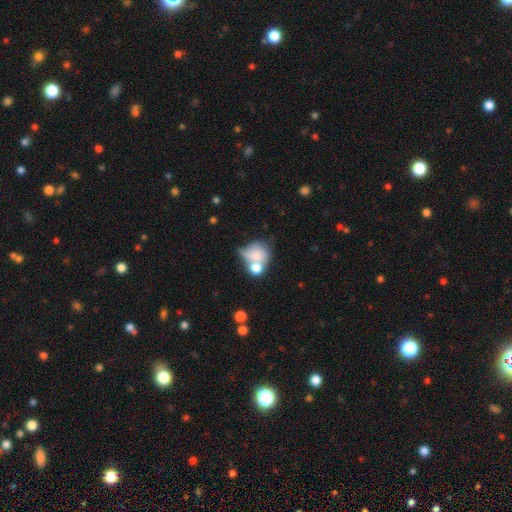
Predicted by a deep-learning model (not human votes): smooth 66%, featured or disk 24%, star or artifact 11%. Down the decision tree: how rounded — round (58%); merging — merger (44%).